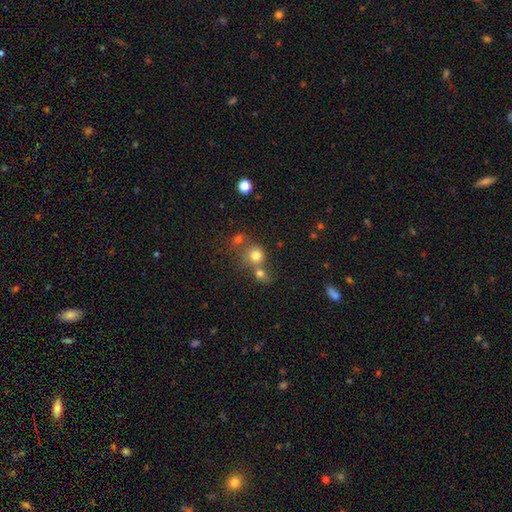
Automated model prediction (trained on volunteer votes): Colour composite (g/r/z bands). It shows a smooth galaxy with no disk features (76%) that is round (83%). Merging: none (46%).